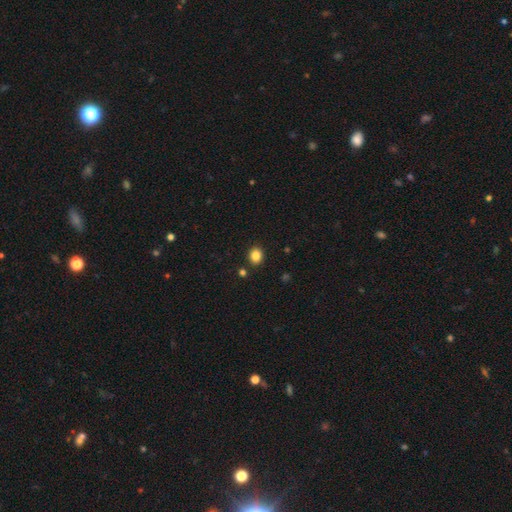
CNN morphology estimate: Smooth or featured?
  - smooth: 84% *
  - star or artifact: 11%
  - featured or disk: 5%
How rounded?
  - round: 63% *
  - in between: 36%
  - cigar-shaped: 1%
Merging?
  - none: 88% *
  - minor disturbance: 7%
  - merger: 3%
  - major disturbance: 2%